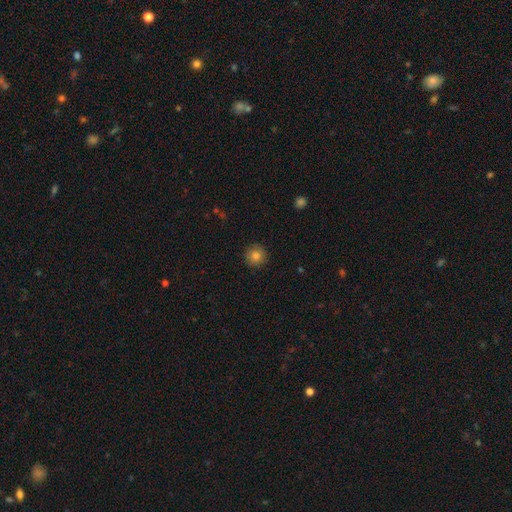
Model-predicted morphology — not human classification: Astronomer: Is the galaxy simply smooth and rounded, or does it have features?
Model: smooth — 83%.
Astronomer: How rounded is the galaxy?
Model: round — 95%.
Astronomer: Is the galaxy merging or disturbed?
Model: none — 91%.